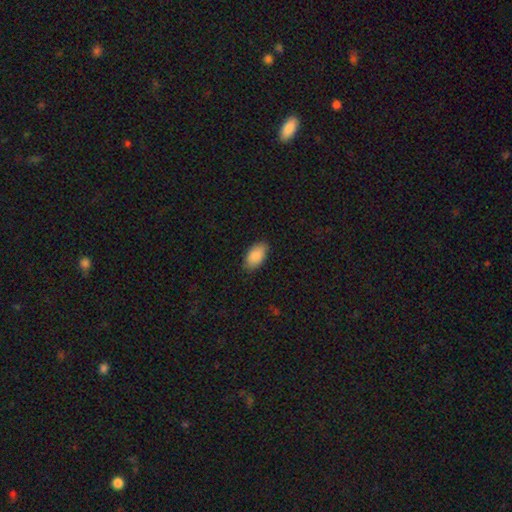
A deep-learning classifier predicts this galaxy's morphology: Smooth or featured? smooth (88%)
How rounded? in between (95%)
Merging? none (86%)